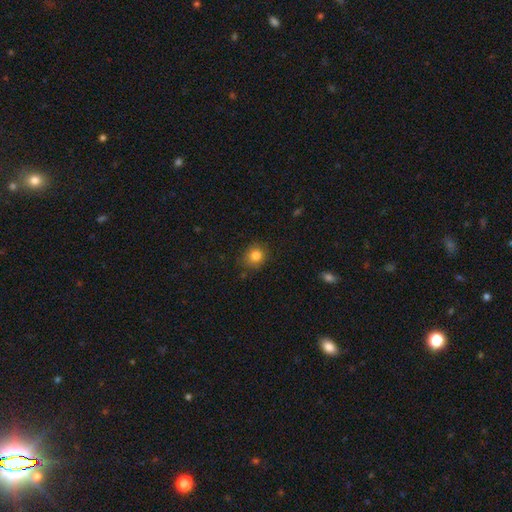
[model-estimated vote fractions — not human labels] This appears to be a smooth galaxy with no disk features (82%) that is round (82%). Merging: none (83%).